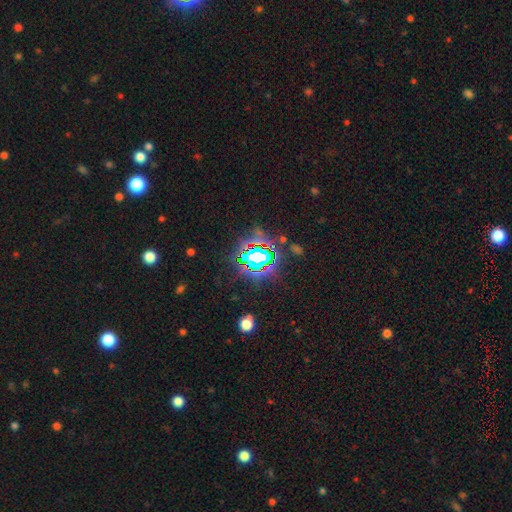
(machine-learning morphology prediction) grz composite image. It shows a star or artifact, not a galaxy (81%).